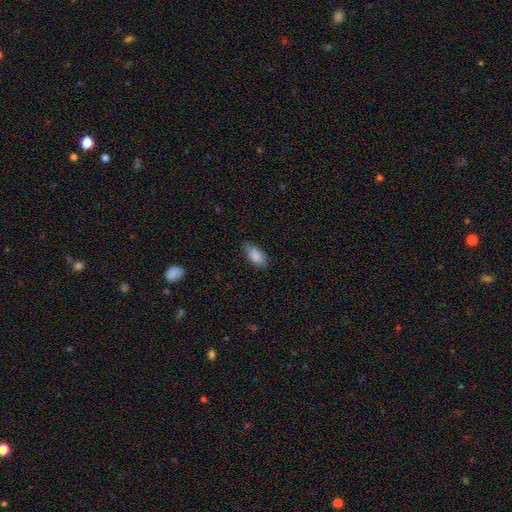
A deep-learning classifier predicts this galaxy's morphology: A smooth galaxy with no disk features (86%) that is in between round and cigar-shaped (90%). Merging: none (76%).